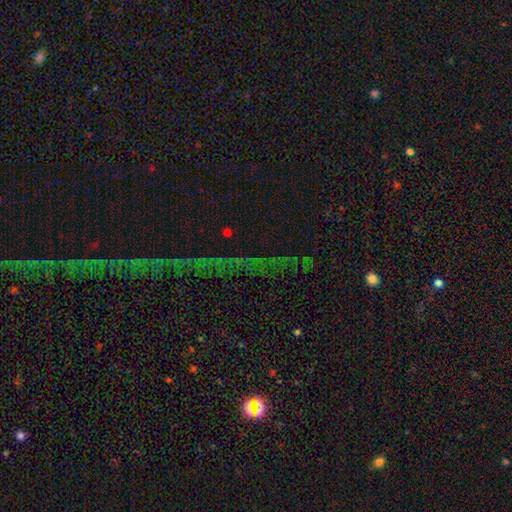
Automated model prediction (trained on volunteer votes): The model was most divided on "smooth or featured": star or artifact: 76%, featured or disk: 12%, smooth: 11%.